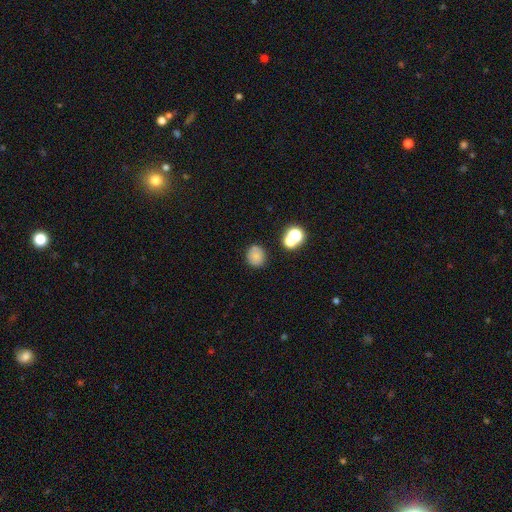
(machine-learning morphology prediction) This appears to be a smooth galaxy with no disk features (77%) that is round (75%). Merging: none (79%).